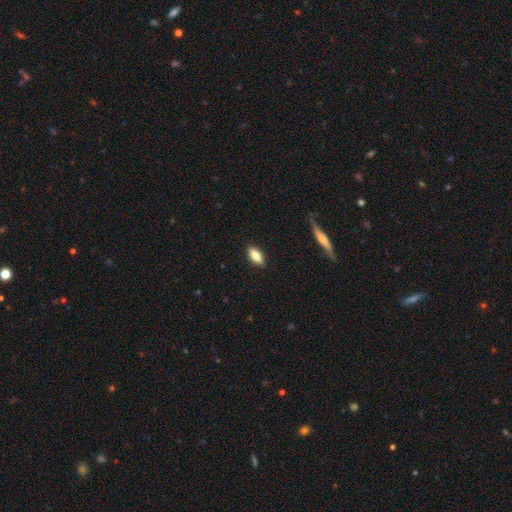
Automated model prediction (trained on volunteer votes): Smooth or featured: smooth — 79% (featured or disk — 15%)
How rounded: in between — 83% (cigar-shaped — 14%)
Merging: none — 88% (minor disturbance — 9%)